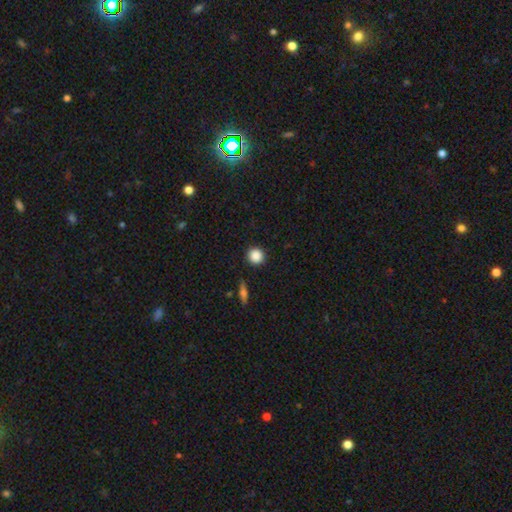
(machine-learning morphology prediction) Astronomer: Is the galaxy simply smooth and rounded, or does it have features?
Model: smooth — 87%.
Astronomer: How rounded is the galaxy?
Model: round — 93%.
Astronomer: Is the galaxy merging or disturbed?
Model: none — 91%.